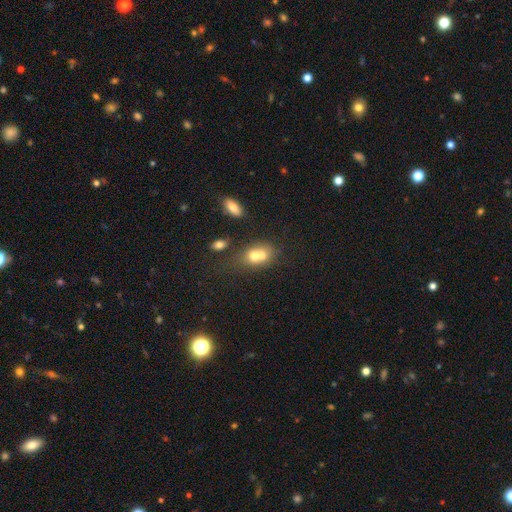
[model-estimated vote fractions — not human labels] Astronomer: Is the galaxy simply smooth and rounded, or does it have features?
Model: smooth — 66%.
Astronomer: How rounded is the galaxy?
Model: in between — 54% (runner-up: round, 44%).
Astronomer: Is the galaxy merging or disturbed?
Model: merger — 62%.